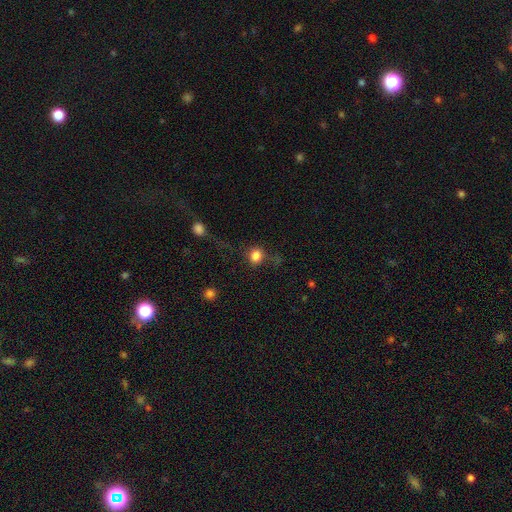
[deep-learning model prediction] smooth_or_featured: smooth (p=0.83) [alt: star or artifact p=0.11]
how_rounded: round (p=0.78) [alt: in between p=0.21]
merging: none (p=0.67) [alt: minor disturbance p=0.16]